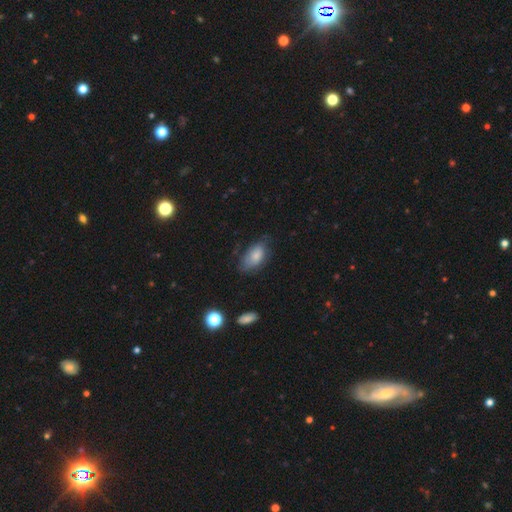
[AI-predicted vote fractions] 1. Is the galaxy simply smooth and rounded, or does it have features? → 74% smooth, 19% featured or disk, 7% star or artifact.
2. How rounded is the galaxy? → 92% in between, 4% round, 3% cigar-shaped.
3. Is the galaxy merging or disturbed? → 56% none, 30% minor disturbance, 12% major disturbance, 2% merger.